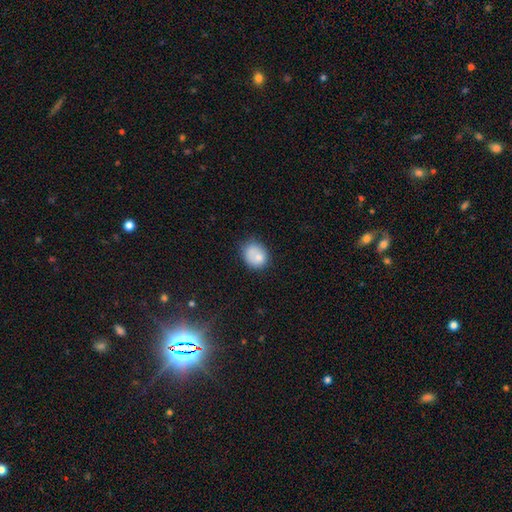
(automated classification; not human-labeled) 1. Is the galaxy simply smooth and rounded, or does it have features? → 77% smooth, 15% featured or disk, 8% star or artifact.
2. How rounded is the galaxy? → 58% round, 41% in between, 1% cigar-shaped.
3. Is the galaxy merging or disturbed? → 55% none, 23% minor disturbance, 13% merger, 8% major disturbance.